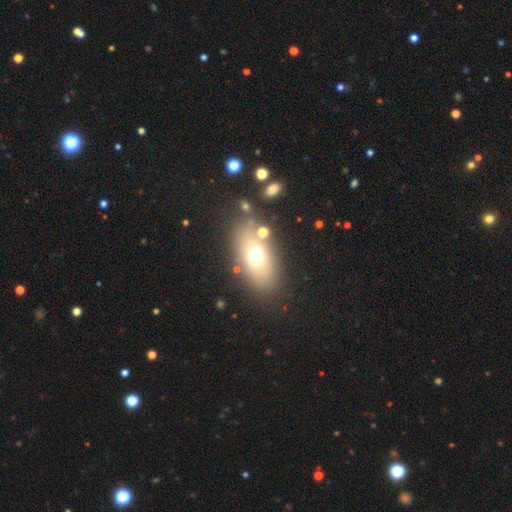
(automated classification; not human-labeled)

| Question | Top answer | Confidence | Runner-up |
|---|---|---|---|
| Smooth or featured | smooth | 65% | featured or disk (20%) |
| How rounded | in between | 78% | round (18%) |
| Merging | none | 75% | minor disturbance (11%) |